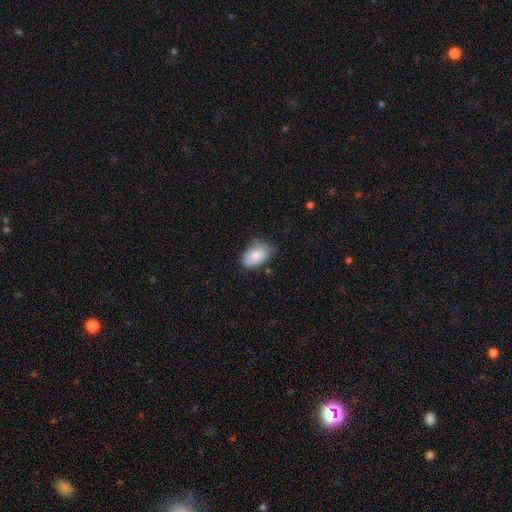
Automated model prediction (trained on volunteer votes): A smooth galaxy with no disk features (84%) that is in between round and cigar-shaped (92%). Merging: none (62%).